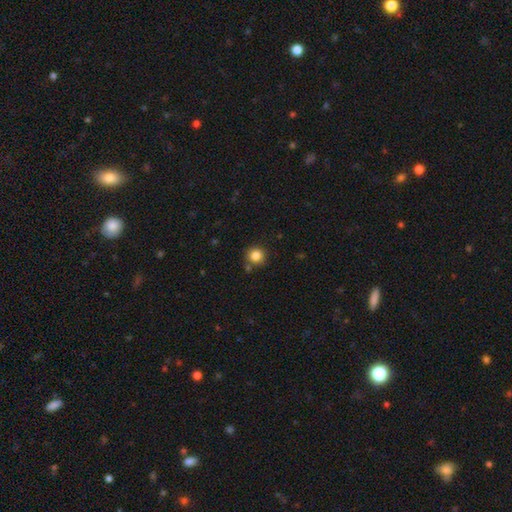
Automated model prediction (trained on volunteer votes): smooth-or-featured: smooth: 83% | star or artifact: 11% | featured or disk: 5%
  how-rounded: round: 93% | in between: 6% | cigar-shaped: 1%
  merging: none: 83% | minor disturbance: 9% | merger: 6% | major disturbance: 2%